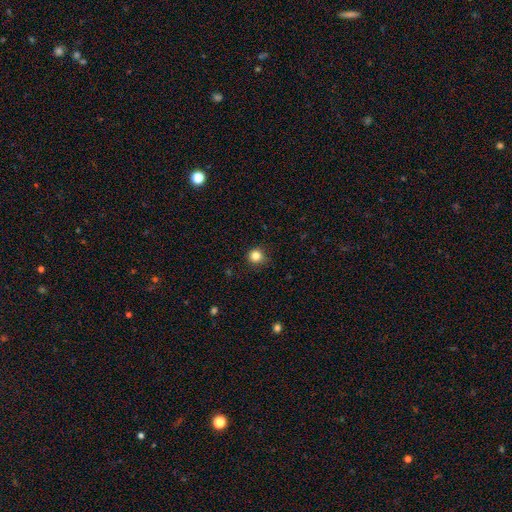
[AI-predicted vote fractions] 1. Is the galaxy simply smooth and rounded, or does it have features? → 84% smooth, 12% star or artifact, 4% featured or disk.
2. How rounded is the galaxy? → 92% round, 7% in between, 1% cigar-shaped.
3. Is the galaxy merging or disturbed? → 85% none, 11% minor disturbance, 3% major disturbance, 1% merger.